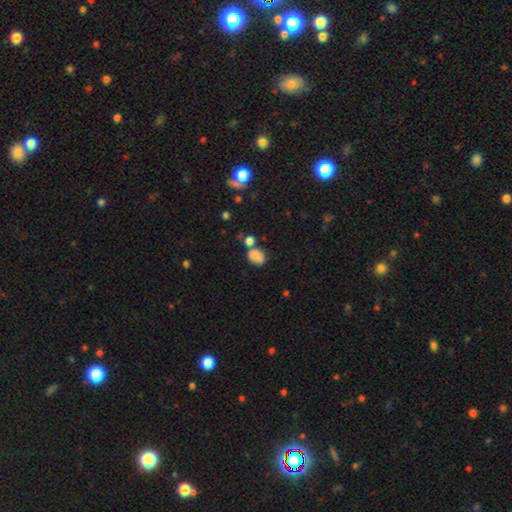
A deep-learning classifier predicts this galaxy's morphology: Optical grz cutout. It shows a smooth galaxy with no disk features (78%) that is in between round and cigar-shaped (58%). Merging: none (51%).